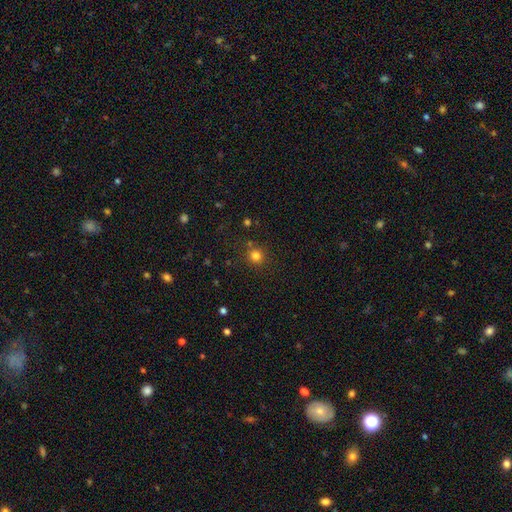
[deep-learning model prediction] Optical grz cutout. It shows a smooth galaxy with no disk features (80%) that is round (92%). Merging: none (83%).